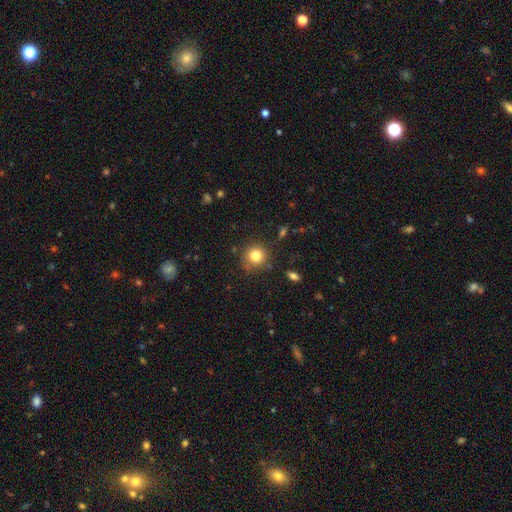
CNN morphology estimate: Overall: smooth (81%). How rounded: round (92%). Merging: none (84%).